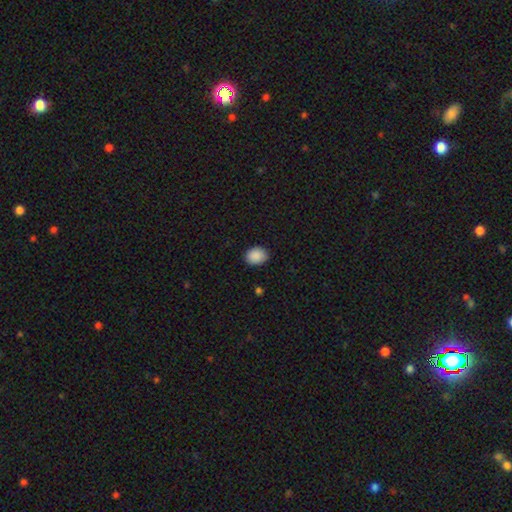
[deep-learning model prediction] A smooth galaxy with no disk features (89%) that is in between round and cigar-shaped (54%). Merging: none (88%).